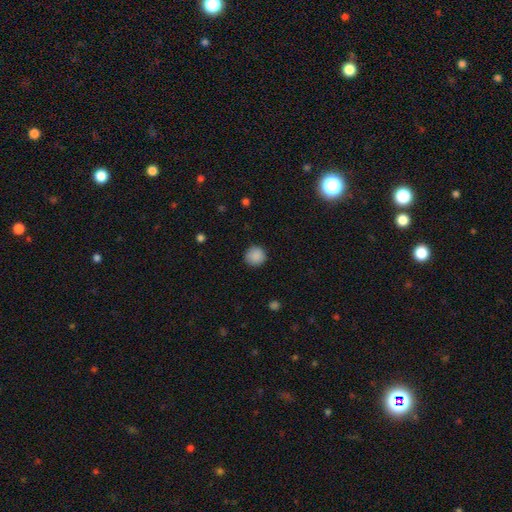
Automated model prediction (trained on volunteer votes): The model was most divided on "smooth or featured": smooth: 88%, star or artifact: 9%, featured or disk: 3%. More confident: how rounded — round (94%); merging — none (90%).